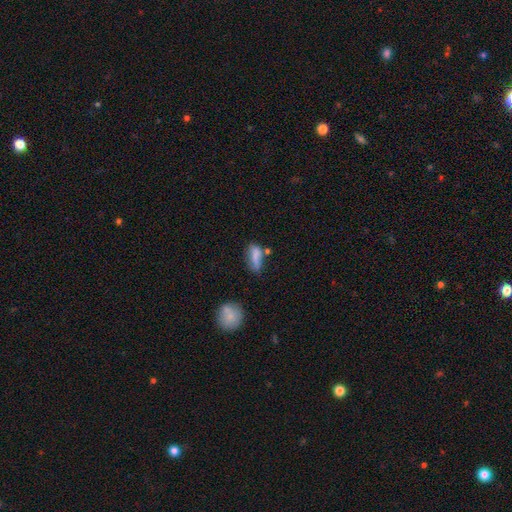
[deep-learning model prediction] This appears to be a smooth galaxy with no disk features (73%) that is in between round and cigar-shaped (65%). Merging: none (42%).